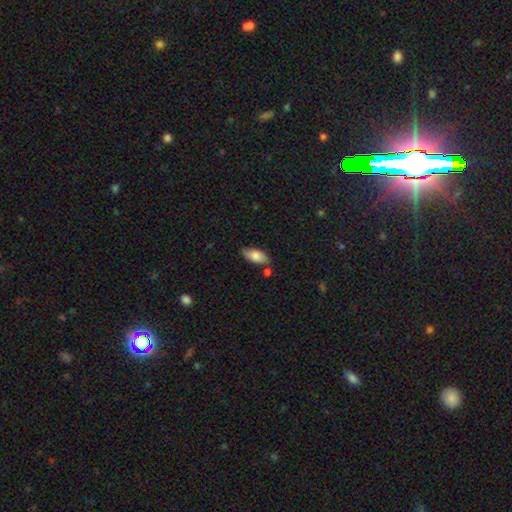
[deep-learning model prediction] Morphology: type=smooth (76%); roundness=in between (90%); merging=none (73%).